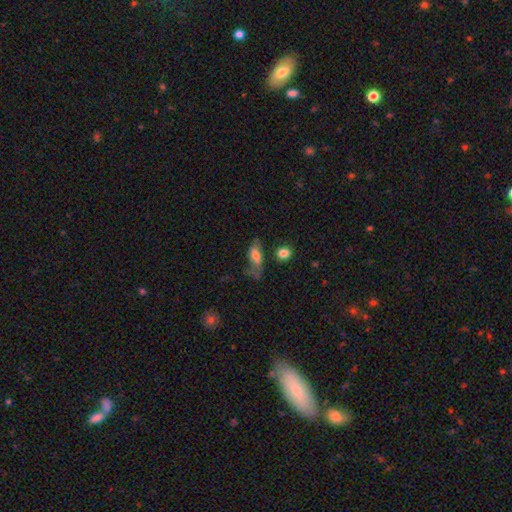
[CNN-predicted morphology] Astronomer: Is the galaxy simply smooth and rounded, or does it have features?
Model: smooth — 63%.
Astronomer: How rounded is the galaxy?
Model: in between — 80%.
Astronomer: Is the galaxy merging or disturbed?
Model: none — 38% (runner-up: major disturbance, 27%).